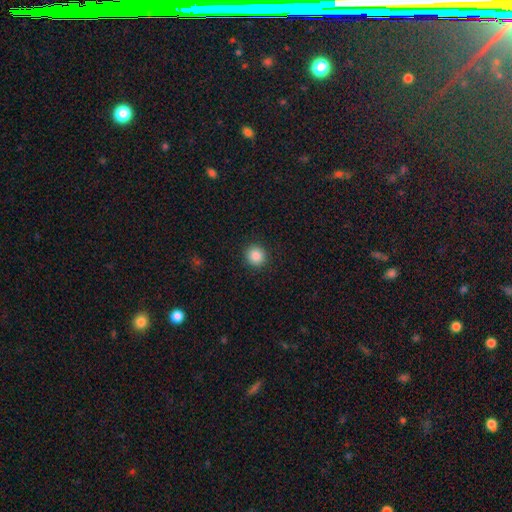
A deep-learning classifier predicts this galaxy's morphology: A smooth galaxy with no disk features (87%) that is round (91%). Merging: none (92%).